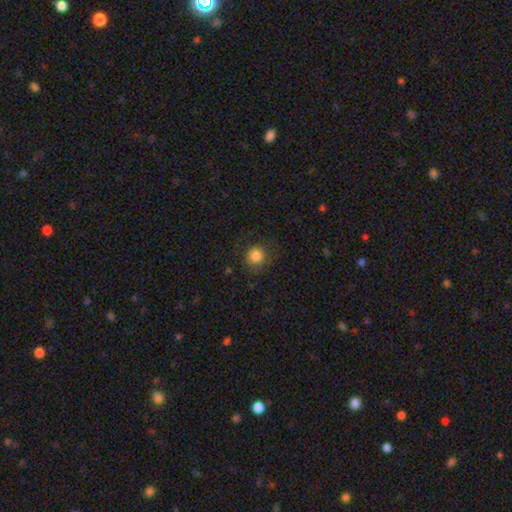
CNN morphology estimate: A smooth galaxy with no disk features (84%) that is round (89%).

Vote fractions:
- Smooth or featured? smooth: 84% / star or artifact: 11% / featured or disk: 5%
- How rounded? round: 89% / in between: 10% / cigar-shaped: 1%
- Merging? none: 81% / minor disturbance: 13% / major disturbance: 5% / merger: 1%